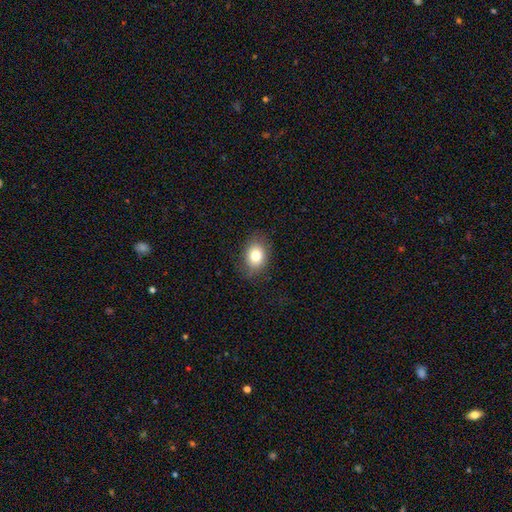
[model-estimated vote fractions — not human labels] Smooth or featured: smooth — 80% (featured or disk — 10%)
How rounded: in between — 67% (round — 32%)
Merging: none — 82% (minor disturbance — 13%)